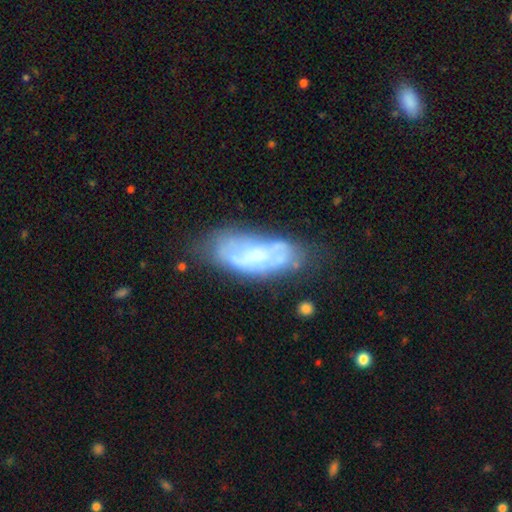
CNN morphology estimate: Q: Smooth or featured?
A: featured or disk (50%); runner-up: smooth (41%)
Q: Edge-on disk?
A: no (88%); runner-up: yes (12%)
Q: Merging?
A: none (50%); runner-up: minor disturbance (28%)